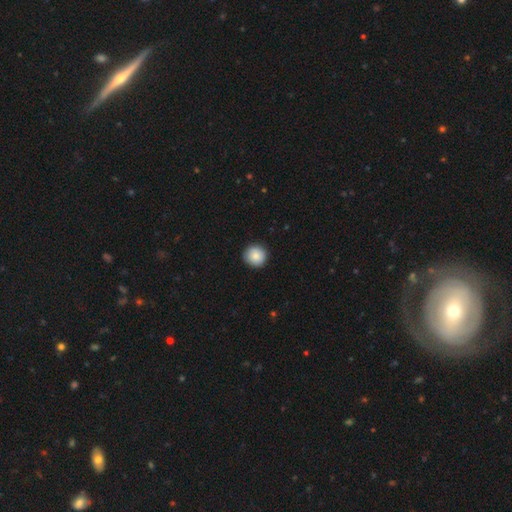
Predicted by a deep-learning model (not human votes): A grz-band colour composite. It shows a smooth galaxy with no disk features (86%) that is round (94%). Merging: none (92%).